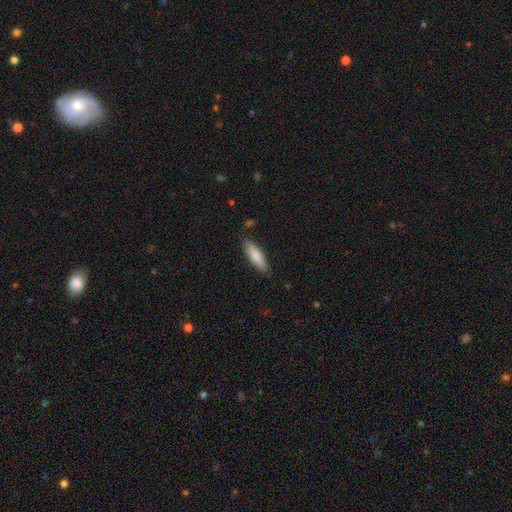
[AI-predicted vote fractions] A smooth galaxy with no disk features (81%) that is cigar-shaped (64%). Merging: none (83%).